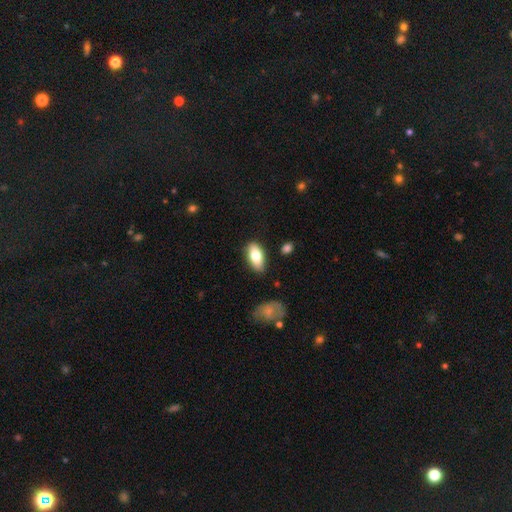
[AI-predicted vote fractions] smooth 75%, featured or disk 19%, star or artifact 6%. Down the decision tree: how rounded — in between (90%); merging — none (84%).